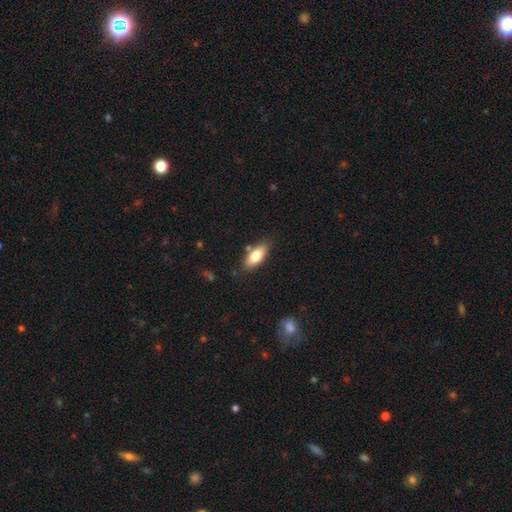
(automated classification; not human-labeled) A smooth galaxy with no disk features (74%) that is in between round and cigar-shaped (81%).

Vote fractions:
- Smooth or featured? smooth: 74% / featured or disk: 19% / star or artifact: 7%
- How rounded? in between: 81% / cigar-shaped: 17% / round: 3%
- Merging? none: 80% / minor disturbance: 13% / merger: 4% / major disturbance: 3%